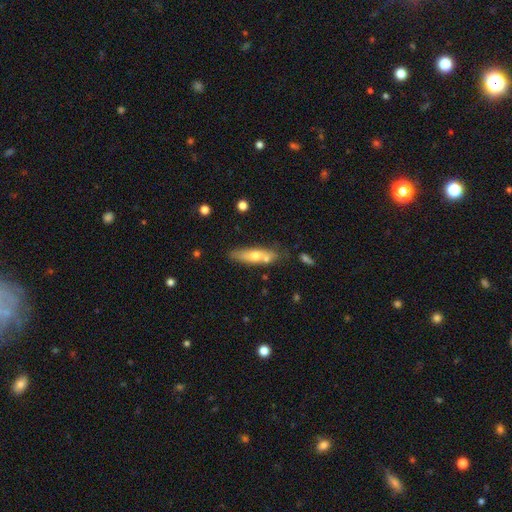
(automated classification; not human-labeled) Q: Smooth or featured?
A: smooth (56%); runner-up: featured or disk (37%)
Q: How rounded?
A: cigar-shaped (64%); runner-up: in between (33%)
Q: Merging?
A: none (66%); runner-up: minor disturbance (16%)